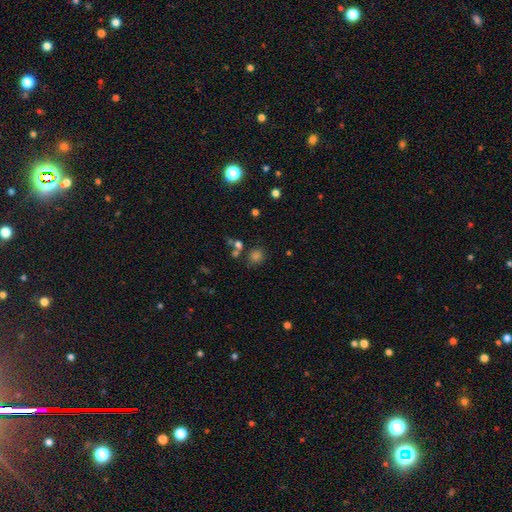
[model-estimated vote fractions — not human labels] smooth-or-featured: smooth: 68% | star or artifact: 26% | featured or disk: 7%
  how-rounded: round: 83% | in between: 16% | cigar-shaped: 1%
  merging: none: 76% | merger: 11% | minor disturbance: 9% | major disturbance: 4%